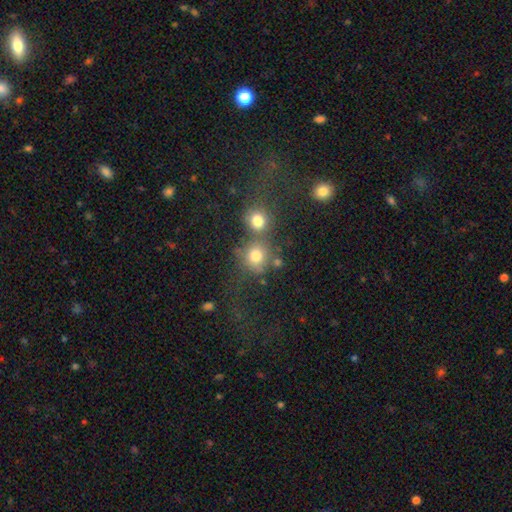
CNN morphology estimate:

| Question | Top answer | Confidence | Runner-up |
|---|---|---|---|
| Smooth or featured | smooth | 74% | star or artifact (15%) |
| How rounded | round | 83% | in between (15%) |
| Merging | none | 44% | merger (40%) |